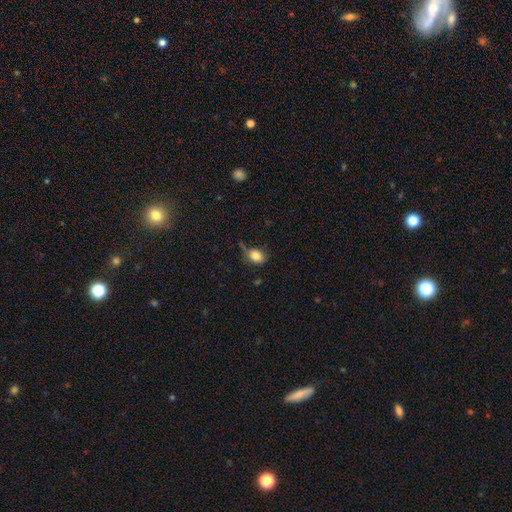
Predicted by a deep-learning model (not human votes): Smooth or featured? smooth (83%)
How rounded? in between (58%)
Merging? none (62%)